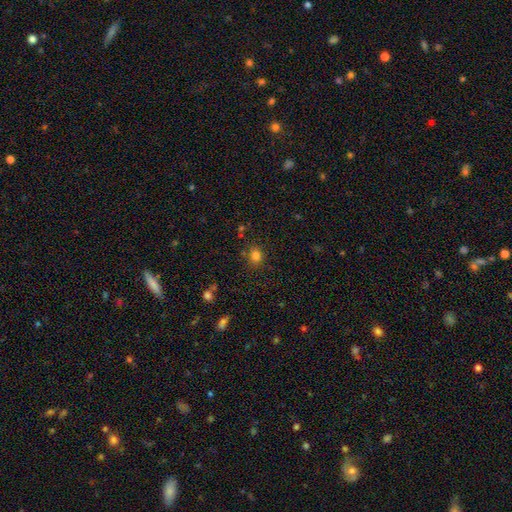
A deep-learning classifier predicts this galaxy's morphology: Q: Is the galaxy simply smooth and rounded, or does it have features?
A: smooth — 80%.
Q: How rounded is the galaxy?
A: round — 67%.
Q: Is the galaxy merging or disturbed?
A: none — 82%.